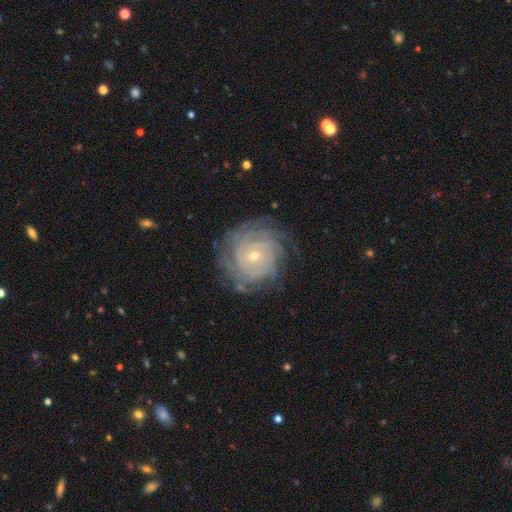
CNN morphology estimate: This appears to be a featured or disk galaxy (76%) with no bar (74%), tight (79%) spiral arms (93%) and a small central bulge (70%). Merging: none (80%).